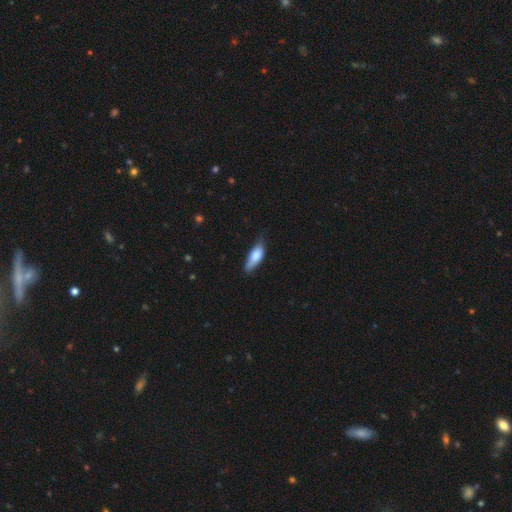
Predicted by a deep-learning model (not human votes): A smooth galaxy with no disk features (74%) that is in between round and cigar-shaped (66%). Merging: none (56%).